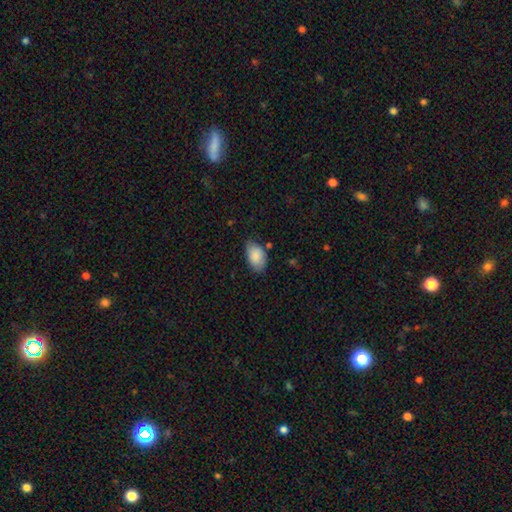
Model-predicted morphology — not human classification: Smooth or featured? Predicted: smooth (p=0.87). How rounded? Predicted: in between (p=0.92). Merging? Predicted: none (p=0.70).